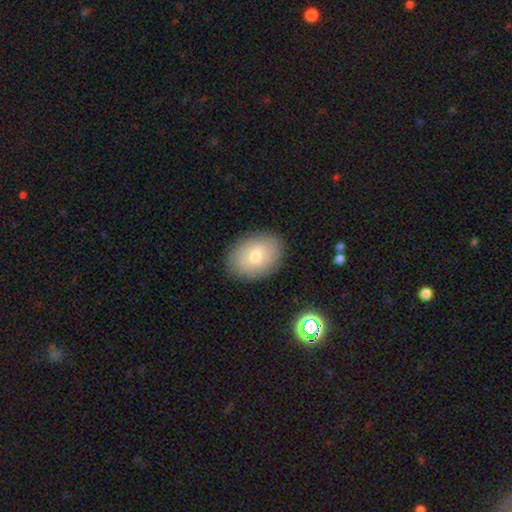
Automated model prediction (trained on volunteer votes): smooth-or-featured: smooth: 66% | featured or disk: 25% | star or artifact: 9%
  how-rounded: in between: 75% | round: 24% | cigar-shaped: 1%
  merging: none: 85% | minor disturbance: 11% | major disturbance: 3% | merger: 1%